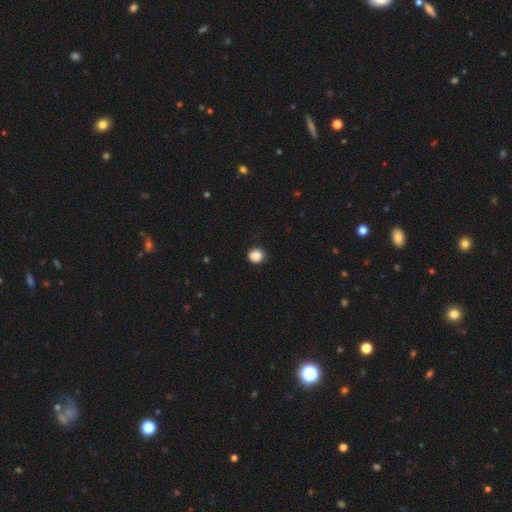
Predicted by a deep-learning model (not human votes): smooth 87%, star or artifact 10%, featured or disk 3%. Down the decision tree: how rounded — round (88%); merging — none (88%).